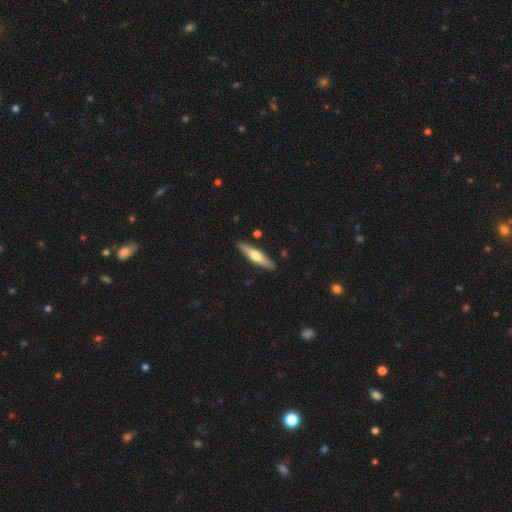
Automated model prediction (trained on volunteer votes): Smooth or featured? Predicted: featured or disk (p=0.52). Edge-on disk? Predicted: yes (p=0.94). Merging? Predicted: none (p=0.90).